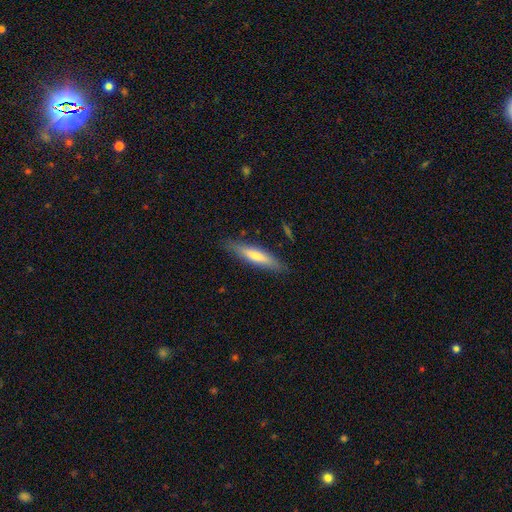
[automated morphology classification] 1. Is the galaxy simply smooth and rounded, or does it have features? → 64% smooth, 31% featured or disk, 6% star or artifact.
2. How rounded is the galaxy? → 84% cigar-shaped, 14% in between, 1% round.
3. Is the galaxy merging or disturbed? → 86% none, 10% minor disturbance, 2% major disturbance, 1% merger.